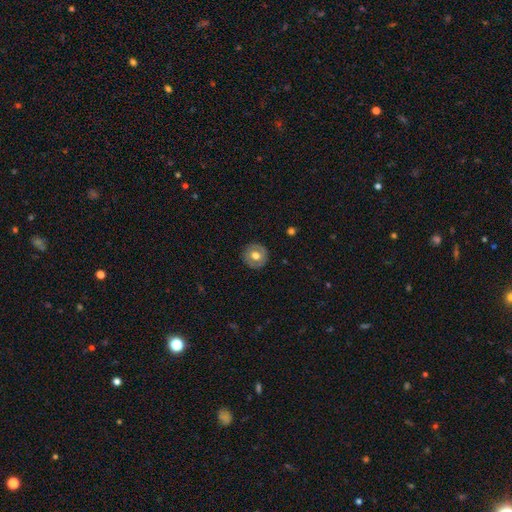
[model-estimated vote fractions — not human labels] Smooth or featured? smooth (59%)
How rounded? round (93%)
Merging? none (89%)